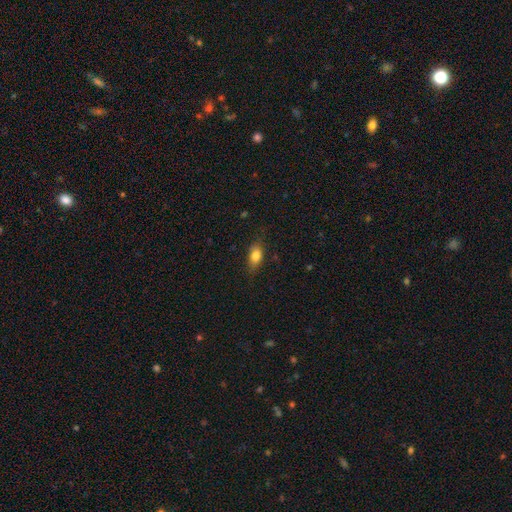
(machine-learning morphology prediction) A smooth galaxy with no disk features (77%) that is in between round and cigar-shaped (78%). Merging: none (74%).